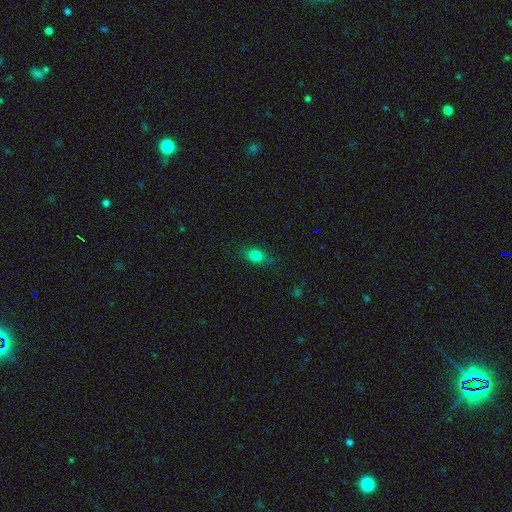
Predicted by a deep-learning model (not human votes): Smooth or featured: smooth — 79% (star or artifact — 12%)
How rounded: in between — 69% (round — 27%)
Merging: none — 77% (minor disturbance — 18%)